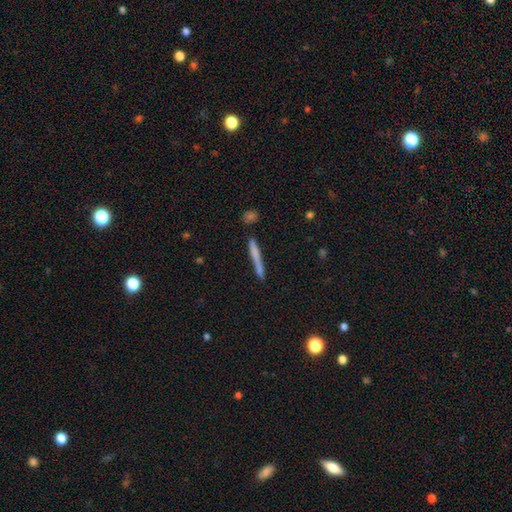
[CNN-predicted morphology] Smooth or featured: smooth — 59% (featured or disk — 33%)
How rounded: cigar-shaped — 96% (in between — 2%)
Merging: none — 80% (minor disturbance — 13%)